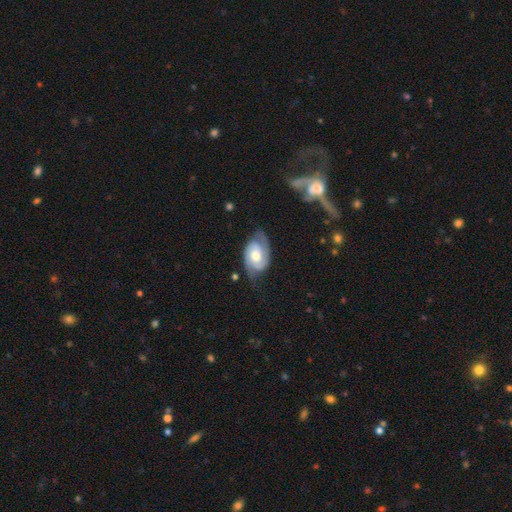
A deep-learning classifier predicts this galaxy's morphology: A featured or disk galaxy (77%) with no bar (60%), 2 (86%) medium (43%) spiral arms (93%) and a moderate central bulge (70%). Merging: none (68%).